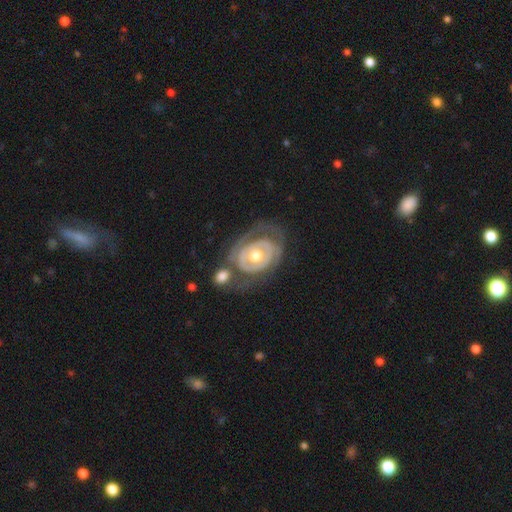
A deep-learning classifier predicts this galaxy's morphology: featured or disk 77%, smooth 19%, star or artifact 5%. Down the decision tree: edge-on disk — no (96%); bar — no (78%); spiral arms — yes (56%); bulge size — moderate (75%); merging — none (45%).